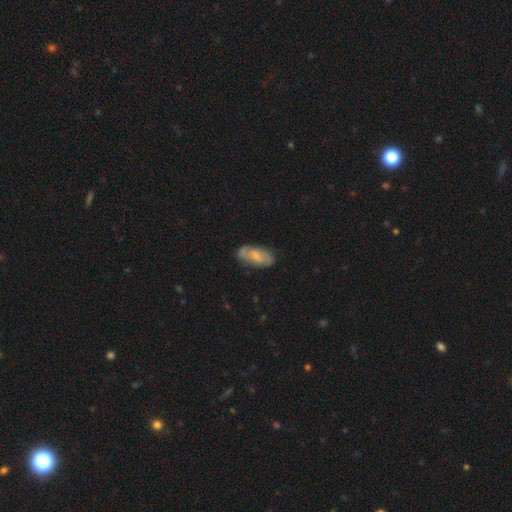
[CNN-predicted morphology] smooth 52%, featured or disk 40%, star or artifact 7%. Down the decision tree: how rounded — in between (87%); merging — none (66%).